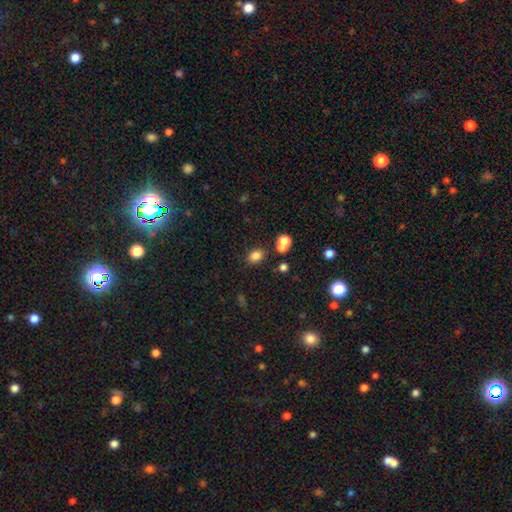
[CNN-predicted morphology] smooth_or_featured: smooth (p=0.80) [alt: star or artifact p=0.13]
how_rounded: in between (p=0.67) [alt: round p=0.32]
merging: none (p=0.71) [alt: merger p=0.13]